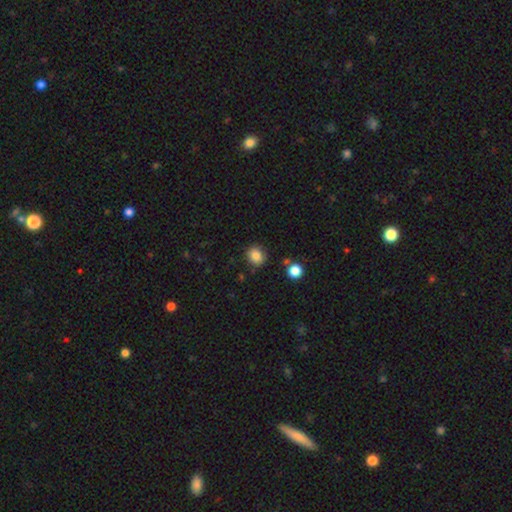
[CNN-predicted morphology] Smooth or featured? smooth (85%)
How rounded? round (78%)
Merging? none (84%)